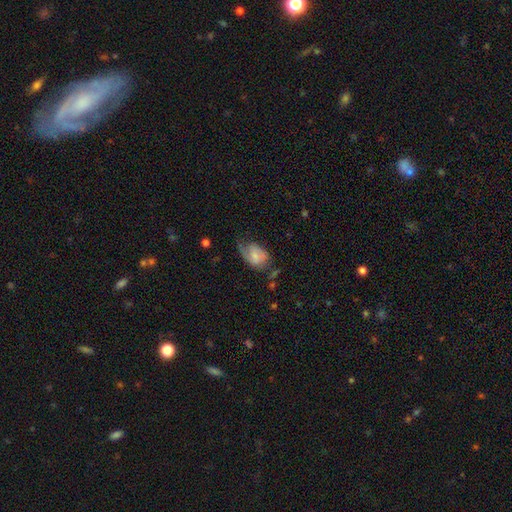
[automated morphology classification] Smooth or featured? Predicted: smooth (p=0.49). Merging? Predicted: none (p=0.35).